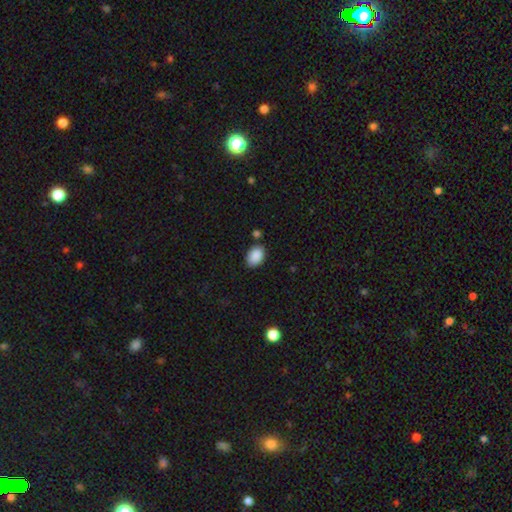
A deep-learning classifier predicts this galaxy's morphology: Smooth or featured: smooth — 89% (star or artifact — 7%)
How rounded: in between — 81% (round — 18%)
Merging: none — 79% (minor disturbance — 14%)